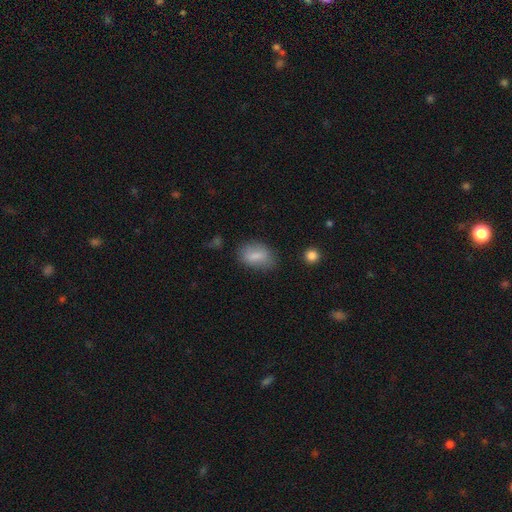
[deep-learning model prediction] This is likely a smooth galaxy (80%). How rounded: clearly in between (88%). Merging: likely none (69%).